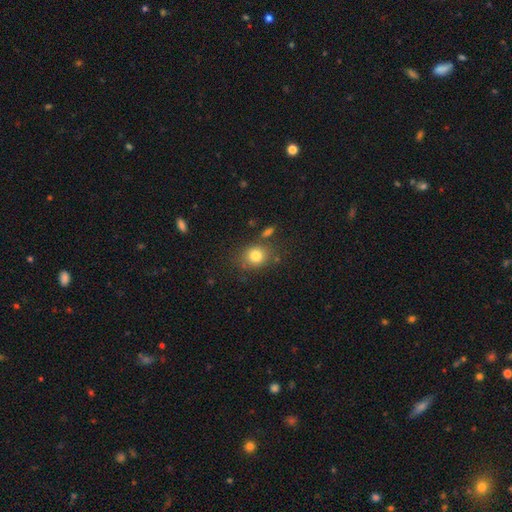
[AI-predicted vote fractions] Smooth or featured? Predicted: smooth (p=0.80). How rounded? Predicted: round (p=0.63). Merging? Predicted: none (p=0.74).